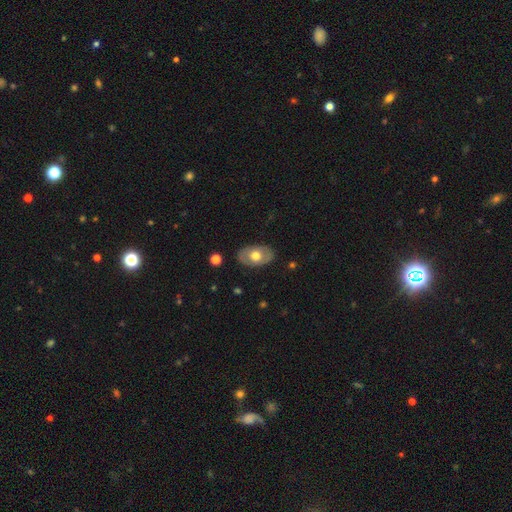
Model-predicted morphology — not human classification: Smooth or featured?
  - smooth: 54% *
  - featured or disk: 40%
  - star or artifact: 6%
How rounded?
  - in between: 86% *
  - round: 13%
  - cigar-shaped: 1%
Merging?
  - none: 84% *
  - minor disturbance: 11%
  - major disturbance: 3%
  - merger: 1%